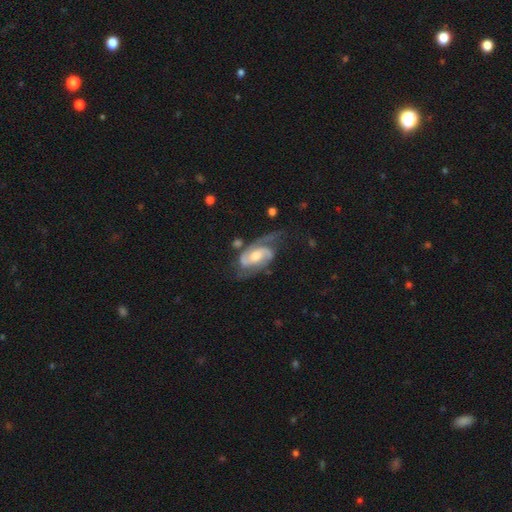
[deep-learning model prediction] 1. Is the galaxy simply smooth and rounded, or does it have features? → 89% featured or disk, 7% smooth, 5% star or artifact.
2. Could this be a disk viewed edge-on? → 97% no, 3% yes.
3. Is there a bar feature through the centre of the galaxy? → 45% weak, 37% no, 18% strong.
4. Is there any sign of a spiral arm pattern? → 97% yes, 3% no.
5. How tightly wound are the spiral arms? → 49% medium, 34% tight, 16% loose.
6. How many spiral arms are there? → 88% 2, 4% can't tell, 4% 1, 2% 3, 1% 4, 1% more than 4.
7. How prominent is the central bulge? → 62% moderate, 24% small, 10% large, 3% none, 1% dominant.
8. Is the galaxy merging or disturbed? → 58% none, 23% minor disturbance, 14% major disturbance, 4% merger.